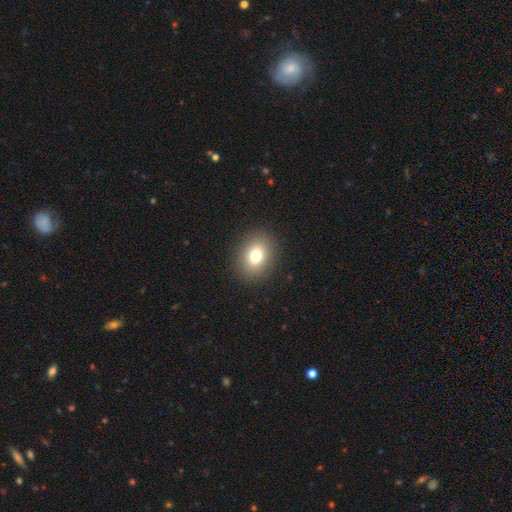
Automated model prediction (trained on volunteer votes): Overall: smooth (77%). How rounded: in between (58%; round 41%). Merging: none (89%).